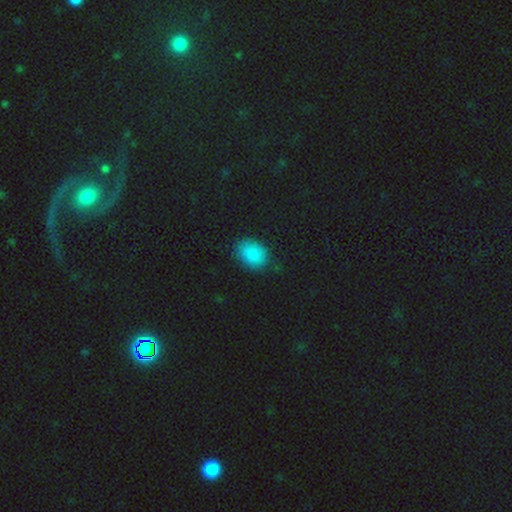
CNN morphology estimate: Overall: smooth (84%). How rounded: in between (71%). Merging: none (78%).